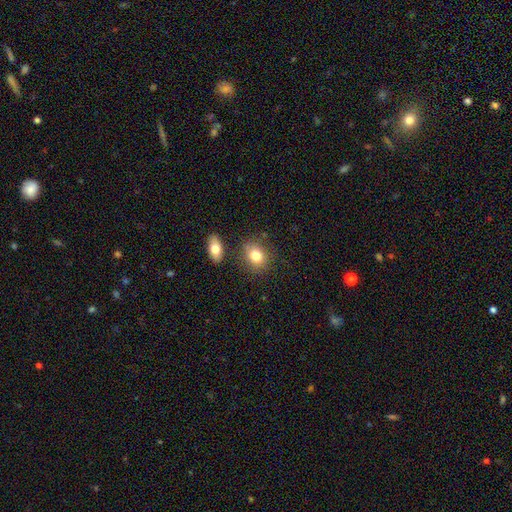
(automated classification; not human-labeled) smooth-or-featured: smooth: 80% | featured or disk: 11% | star or artifact: 9%
  how-rounded: round: 56% | in between: 43% | cigar-shaped: 1%
  merging: none: 76% | minor disturbance: 12% | merger: 9% | major disturbance: 4%